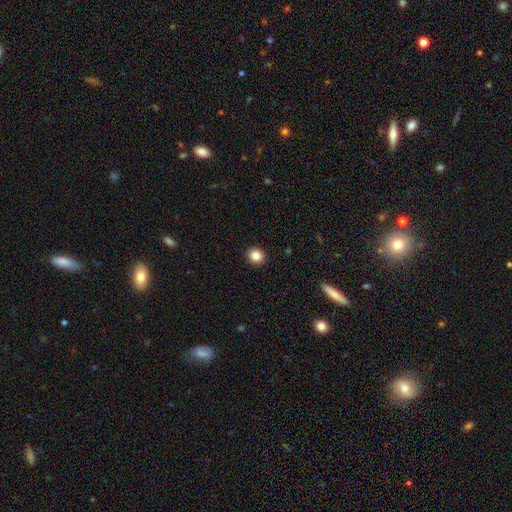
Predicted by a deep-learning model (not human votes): The model was most divided on "how rounded": round: 84%, in between: 15%, cigar-shaped: 1%. More confident: merging — none (93%); smooth or featured — smooth (85%).